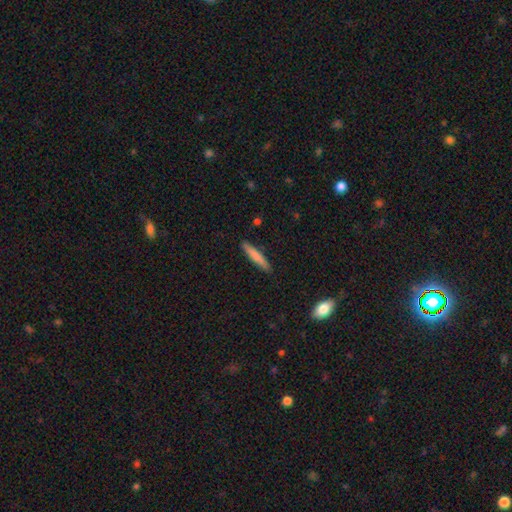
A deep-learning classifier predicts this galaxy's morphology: Q: Smooth or featured?
A: smooth (77%); runner-up: featured or disk (17%)
Q: How rounded?
A: cigar-shaped (91%); runner-up: in between (8%)
Q: Merging?
A: none (88%); runner-up: minor disturbance (9%)